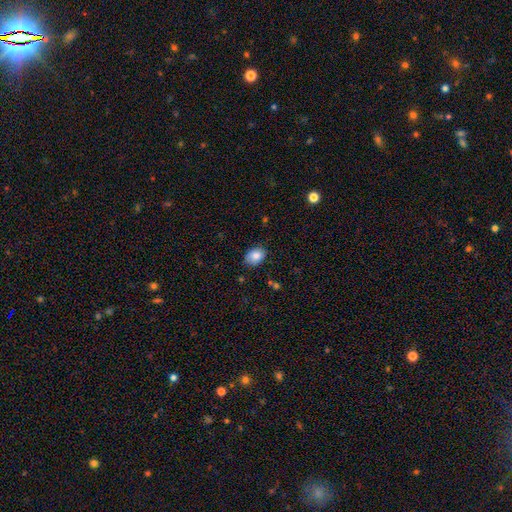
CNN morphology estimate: The model was most divided on "how rounded": in between: 70%, round: 29%, cigar-shaped: 1%. More confident: smooth or featured — smooth (84%); merging — none (78%).